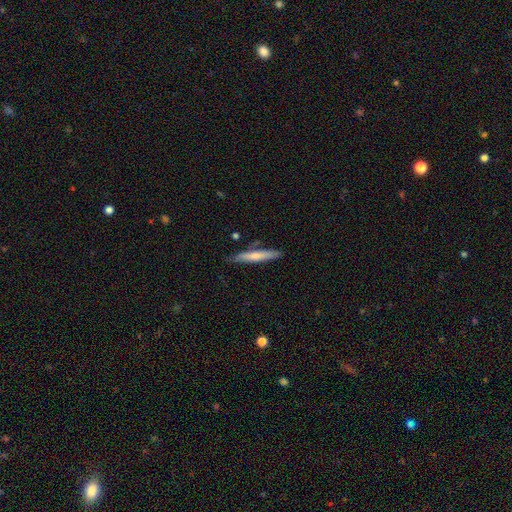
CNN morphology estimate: Q: Smooth or featured?
A: smooth (62%); runner-up: featured or disk (32%)
Q: How rounded?
A: cigar-shaped (93%); runner-up: in between (6%)
Q: Merging?
A: none (82%); runner-up: minor disturbance (13%)